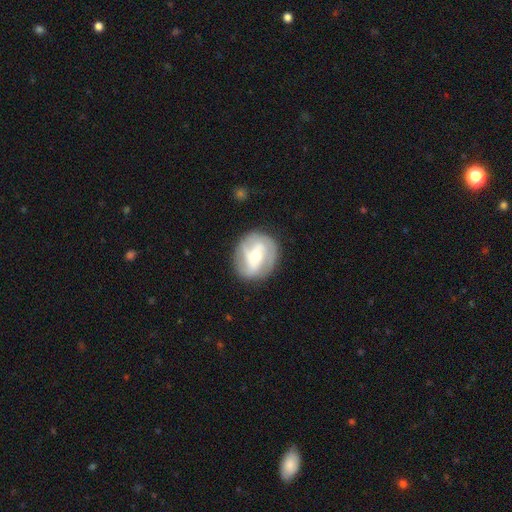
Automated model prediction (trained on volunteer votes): Q: Smooth or featured?
A: featured or disk (73%); runner-up: smooth (22%)
Q: Edge-on disk?
A: no (97%); runner-up: yes (3%)
Q: Bar?
A: weak (38%); runner-up: no (34%)
Q: Spiral arms?
A: yes (86%); runner-up: no (14%)
Q: Spiral winding?
A: tight (41%); tied with: medium (41%)
Q: Spiral arm count?
A: 2 (38%); runner-up: 3 (30%)
Q: Bulge size?
A: moderate (60%); runner-up: small (33%)
Q: Merging?
A: none (80%); runner-up: minor disturbance (13%)